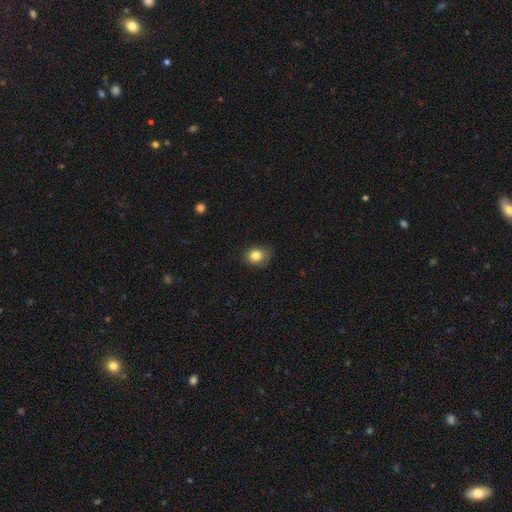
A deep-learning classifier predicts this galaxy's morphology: Smooth or featured? Predicted: smooth (p=0.83). How rounded? Predicted: round (p=0.61). Merging? Predicted: none (p=0.80).